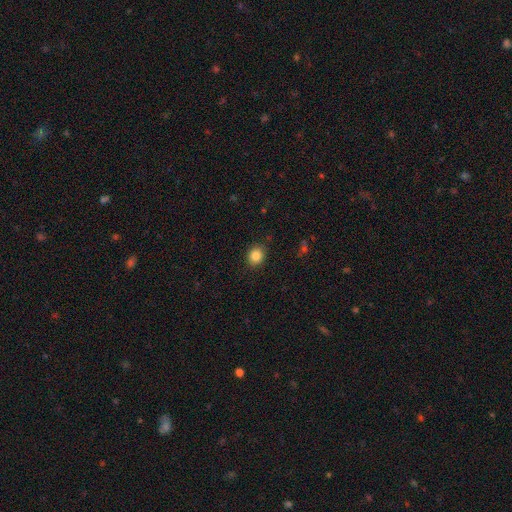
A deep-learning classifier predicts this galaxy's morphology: A smooth galaxy with no disk features (85%) that is round (69%). Merging: none (89%).